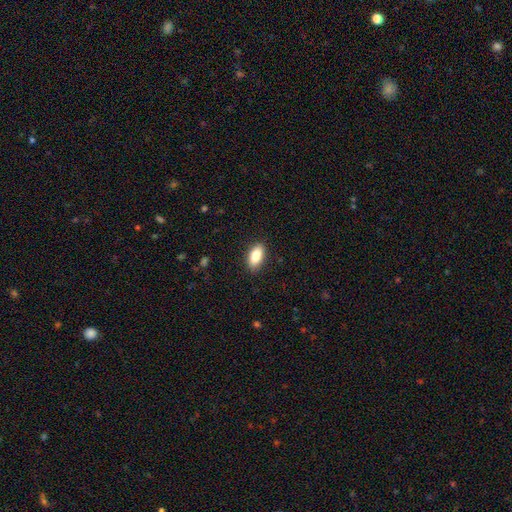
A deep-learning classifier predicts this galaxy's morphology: This appears to be a smooth galaxy with no disk features (85%) that is in between round and cigar-shaped (89%). Merging: none (88%).